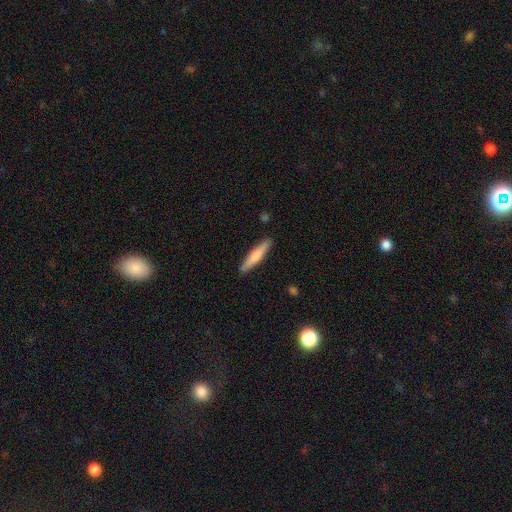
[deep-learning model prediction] smooth-or-featured: smooth: 66% | featured or disk: 29% | star or artifact: 5%
  how-rounded: cigar-shaped: 89% | in between: 10% | round: 1%
  merging: none: 90% | minor disturbance: 8% | major disturbance: 1% | merger: 1%